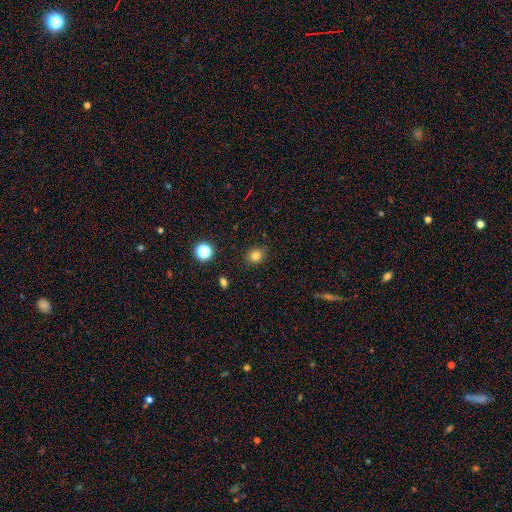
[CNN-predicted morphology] The model was most divided on "how rounded": round: 74%, in between: 25%, cigar-shaped: 1%. More confident: merging — none (88%); smooth or featured — smooth (80%).